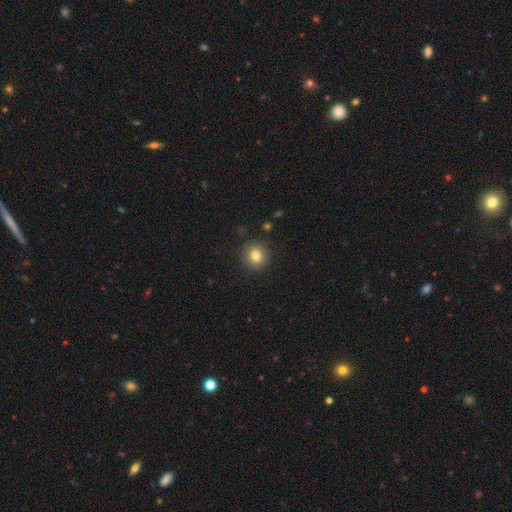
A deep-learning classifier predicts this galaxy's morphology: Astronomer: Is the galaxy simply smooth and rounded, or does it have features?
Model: smooth — 79%.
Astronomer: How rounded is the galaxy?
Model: round — 93%.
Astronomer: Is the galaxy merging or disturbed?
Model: none — 90%.